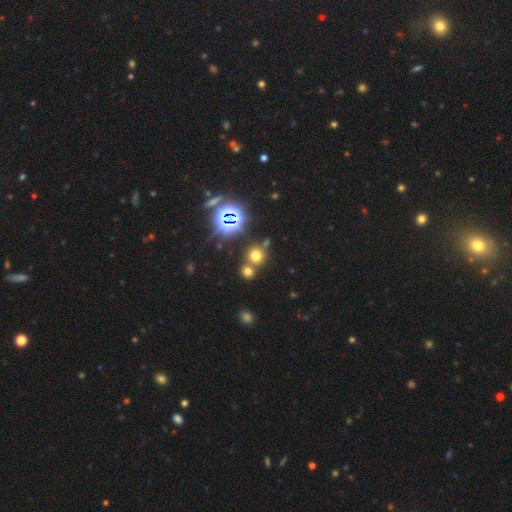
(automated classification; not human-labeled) smooth_or_featured: smooth (p=0.60) [alt: star or artifact p=0.32]
how_rounded: round (p=0.88) [alt: in between p=0.10]
merging: none (p=0.63) [alt: merger p=0.26]